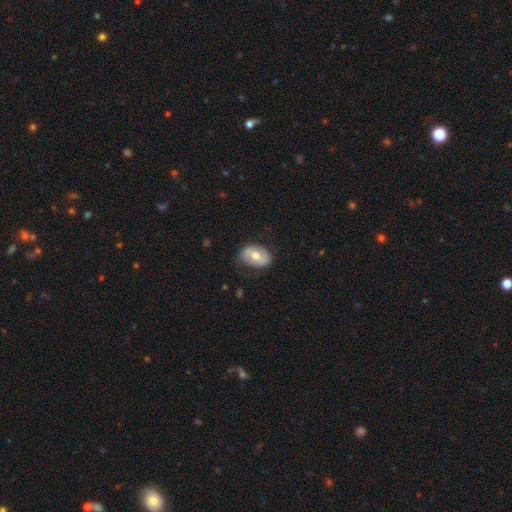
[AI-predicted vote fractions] smooth 51%, featured or disk 42%, star or artifact 7%. Down the decision tree: how rounded — in between (80%); merging — none (73%).